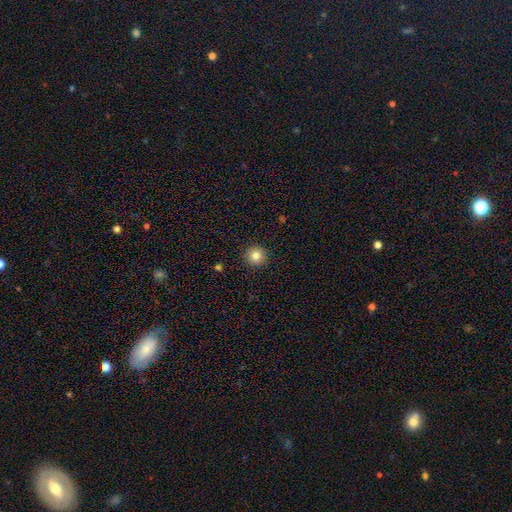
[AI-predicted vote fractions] Smooth or featured: smooth — 83% (star or artifact — 11%)
How rounded: round — 95% (in between — 4%)
Merging: none — 91% (minor disturbance — 6%)